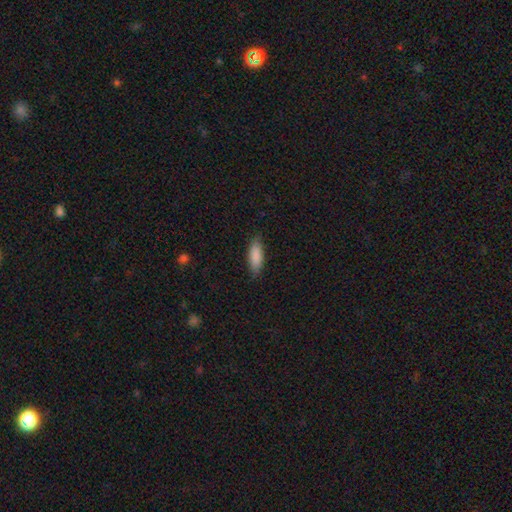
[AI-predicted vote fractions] A smooth galaxy with no disk features (88%) that is in between round and cigar-shaped (65%).

Vote fractions:
- Smooth or featured? smooth: 88% / featured or disk: 7% / star or artifact: 6%
- How rounded? in between: 65% / cigar-shaped: 33% / round: 2%
- Merging? none: 83% / minor disturbance: 14% / major disturbance: 2% / merger: 1%